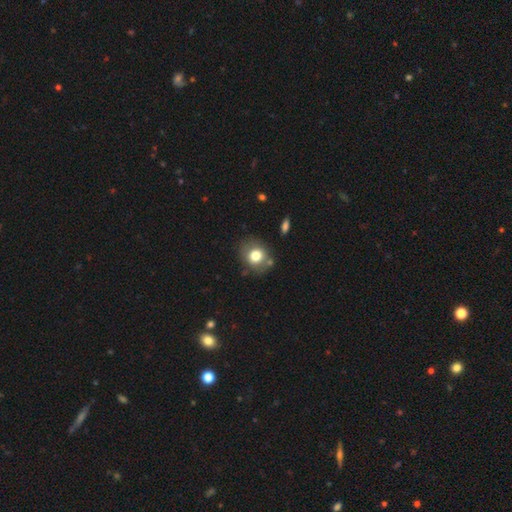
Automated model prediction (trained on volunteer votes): Smooth or featured?
  - smooth: 77% *
  - featured or disk: 14%
  - star or artifact: 10%
How rounded?
  - round: 74% *
  - in between: 25%
  - cigar-shaped: 1%
Merging?
  - none: 74% *
  - minor disturbance: 15%
  - merger: 6%
  - major disturbance: 5%